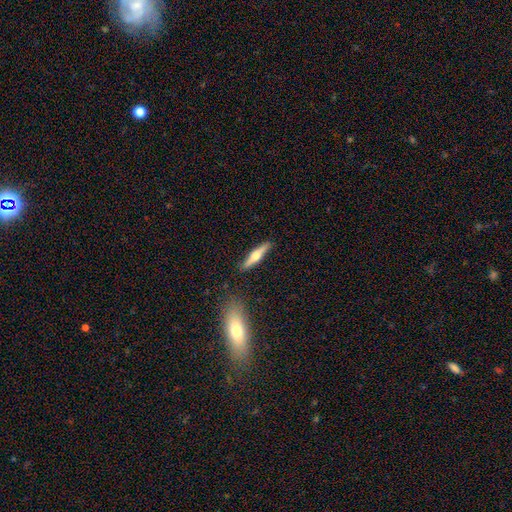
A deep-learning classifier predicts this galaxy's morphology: Q: Smooth or featured?
A: featured or disk (55%); runner-up: smooth (40%)
Q: Edge-on disk?
A: yes (95%); runner-up: no (5%)
Q: Edge-on bulge?
A: rounded (93%); runner-up: none (4%)
Q: Merging?
A: none (88%); runner-up: minor disturbance (8%)